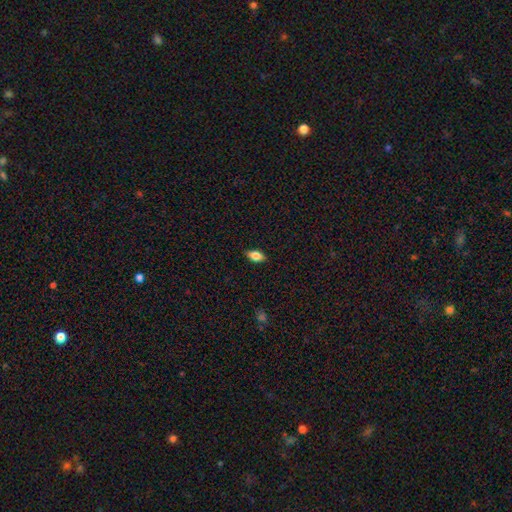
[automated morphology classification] Smooth or featured? Predicted: smooth (p=0.77). How rounded? Predicted: in between (p=0.88). Merging? Predicted: none (p=0.87).